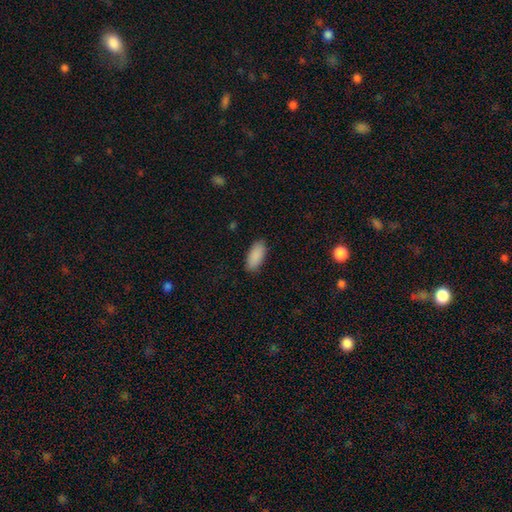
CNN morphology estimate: A smooth galaxy with no disk features (90%) that is in between round and cigar-shaped (90%). Merging: none (87%).